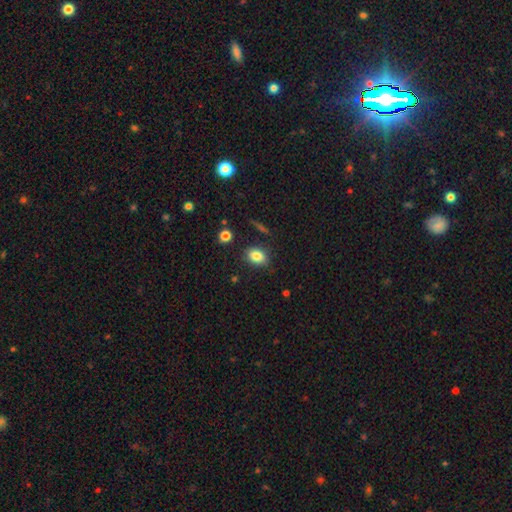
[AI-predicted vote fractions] The model was most divided on "how rounded": in between: 69%, round: 29%, cigar-shaped: 2%. More confident: smooth or featured — smooth (83%); merging — none (81%).